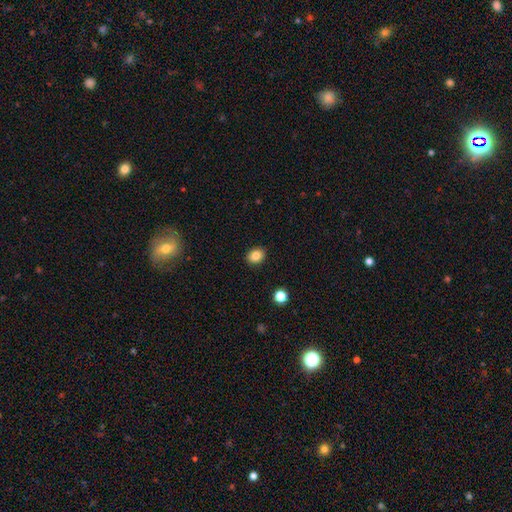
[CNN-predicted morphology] Overall: smooth (84%). How rounded: round (57%; in between 43%). Merging: none (91%).